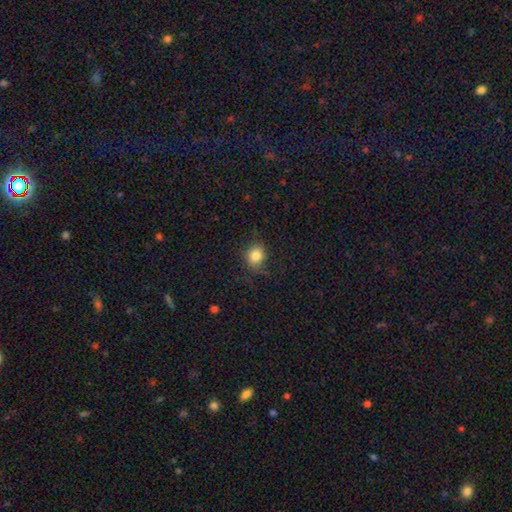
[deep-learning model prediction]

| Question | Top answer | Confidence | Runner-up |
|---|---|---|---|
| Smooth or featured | smooth | 82% | star or artifact (11%) |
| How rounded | round | 71% | in between (28%) |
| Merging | none | 75% | minor disturbance (16%) |